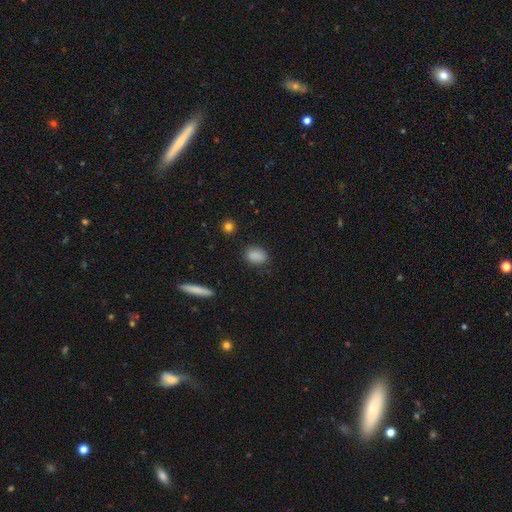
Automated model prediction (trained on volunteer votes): Smooth or featured: smooth — 87% (star or artifact — 9%)
How rounded: in between — 74% (round — 24%)
Merging: none — 83% (minor disturbance — 12%)